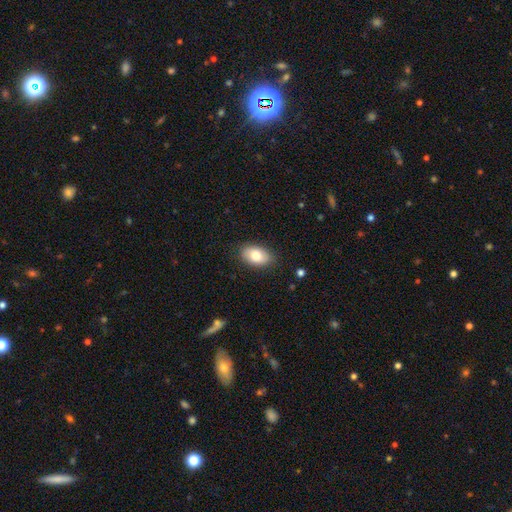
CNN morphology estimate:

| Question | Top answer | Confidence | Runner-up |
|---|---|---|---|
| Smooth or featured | smooth | 81% | featured or disk (12%) |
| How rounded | in between | 91% | round (8%) |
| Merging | none | 84% | minor disturbance (12%) |